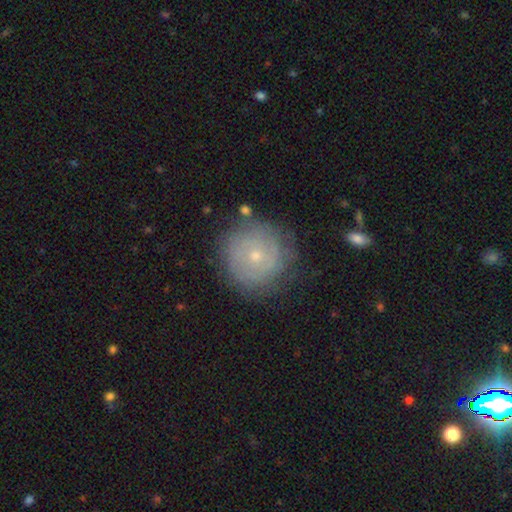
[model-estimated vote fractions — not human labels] Smooth or featured? Predicted: featured or disk (p=0.55). Edge-on disk? Predicted: no (p=0.97). Bar? Predicted: no (p=0.81). Spiral arms? Predicted: yes (p=0.72). Bulge size? Predicted: small (p=0.68). Merging? Predicted: none (p=0.80).